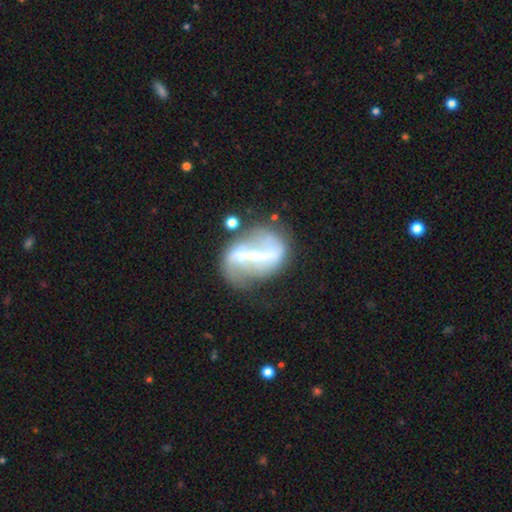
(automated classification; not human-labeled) Smooth or featured? featured or disk (80%)
Edge-on disk? no (95%)
Bar? strong (57%)
Spiral arms? yes (72%)
Spiral winding? loose (59%)
Spiral arm count? 2 (84%)
Bulge size? moderate (47%, tied with small)
Merging? none (57%)